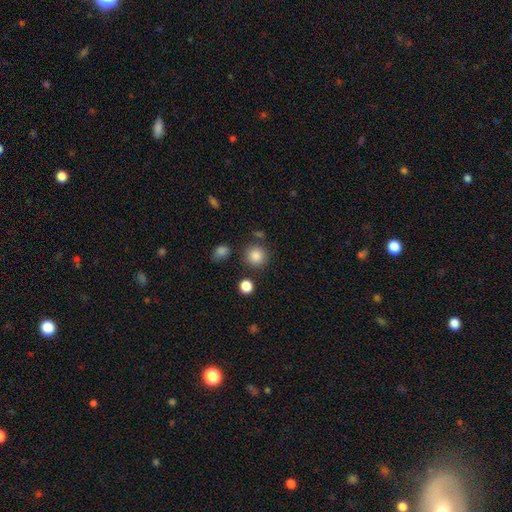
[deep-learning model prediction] Morphology: type=smooth (85%); roundness=round (92%); merging=none (81%).